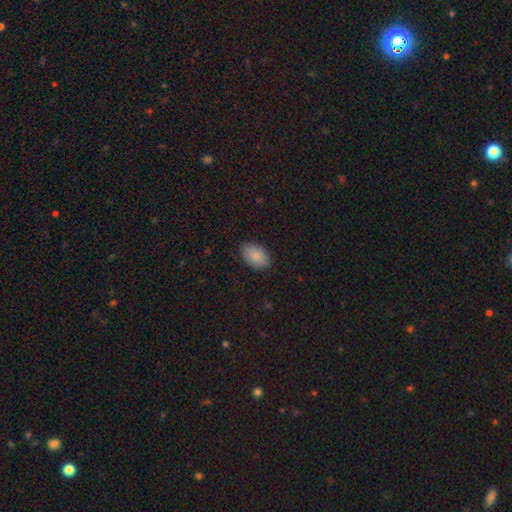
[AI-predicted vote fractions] Smooth or featured?
  - smooth: 87% *
  - star or artifact: 7%
  - featured or disk: 7%
How rounded?
  - in between: 90% *
  - round: 9%
  - cigar-shaped: 1%
Merging?
  - none: 85% *
  - minor disturbance: 11%
  - major disturbance: 2%
  - merger: 1%